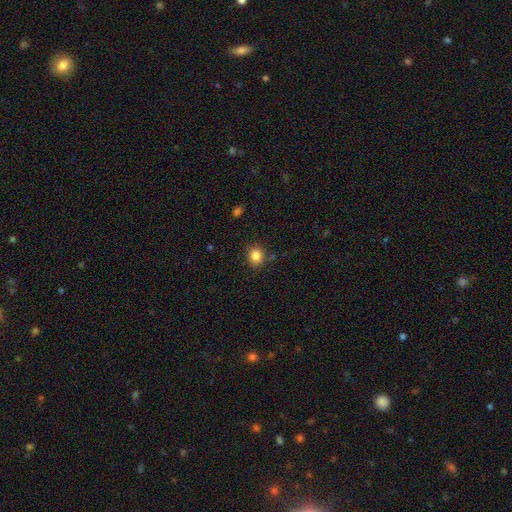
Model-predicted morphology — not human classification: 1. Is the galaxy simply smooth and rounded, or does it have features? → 85% smooth, 11% star or artifact, 5% featured or disk.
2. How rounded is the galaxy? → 81% round, 18% in between, 1% cigar-shaped.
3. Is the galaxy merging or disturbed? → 85% none, 9% minor disturbance, 3% major disturbance, 3% merger.